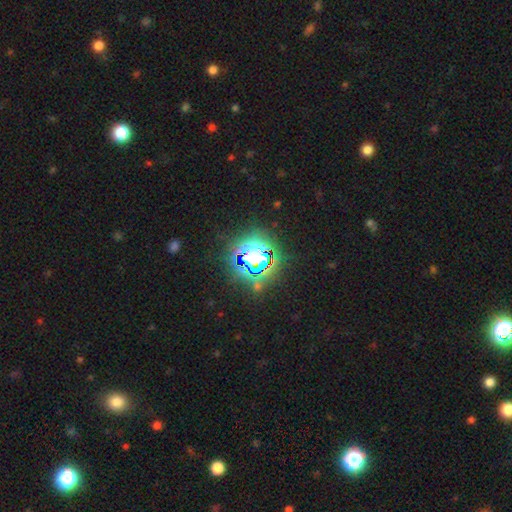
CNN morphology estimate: This appears to be a star or artifact, not a galaxy (81%).